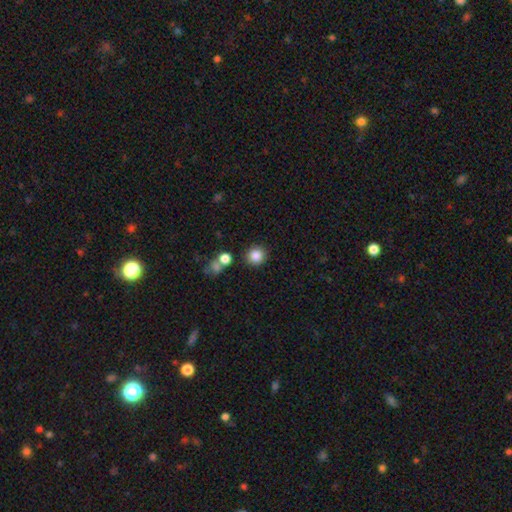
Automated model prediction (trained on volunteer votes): A smooth galaxy with no disk features (85%) that is round (90%).

Vote fractions:
- Smooth or featured? smooth: 85% / star or artifact: 10% / featured or disk: 5%
- How rounded? round: 90% / in between: 9% / cigar-shaped: 1%
- Merging? none: 86% / minor disturbance: 7% / merger: 5% / major disturbance: 3%